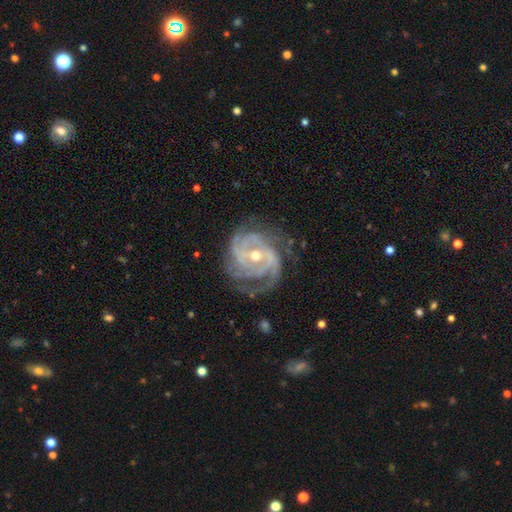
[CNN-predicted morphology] smooth-or-featured: featured or disk: 91% | star or artifact: 5% | smooth: 4%
  disk-edge-on: no: 97% | yes: 3%
    bar: no: 49% | weak: 34% | strong: 17%
    has-spiral-arms: yes: 98% | no: 2%
      spiral-winding: tight: 65% | medium: 29% | loose: 6%
      spiral-arm-count: 3: 33% | 2: 20% | can't tell: 18% | 4: 16% | more than 4: 7% | 1: 6%
    bulge-size: moderate: 54% | small: 43% | large: 2% | none: 1% | dominant: 1%
  merging: none: 69% | minor disturbance: 19% | major disturbance: 10% | merger: 1%